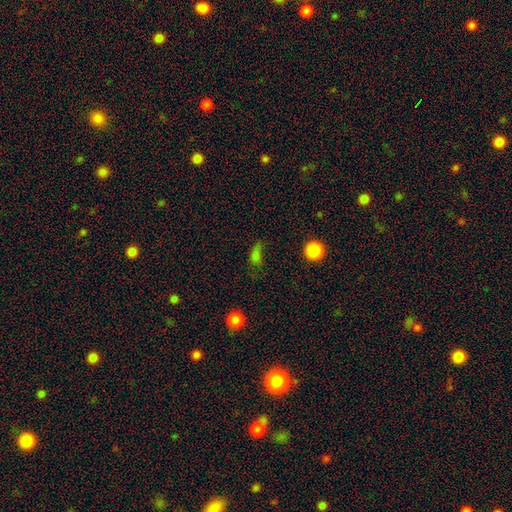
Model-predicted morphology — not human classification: Smooth or featured? Predicted: smooth (p=0.67). How rounded? Predicted: in between (p=0.62). Merging? Predicted: none (p=0.49).